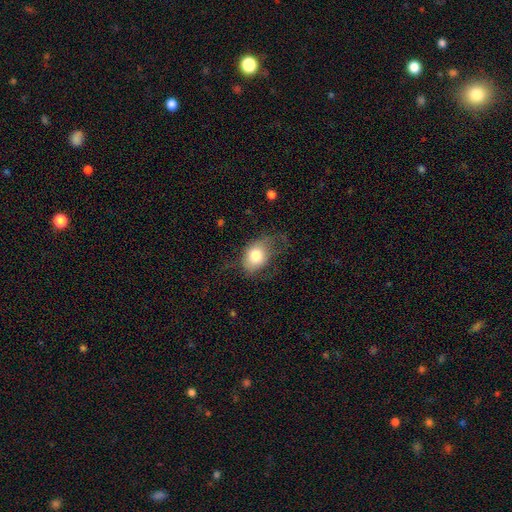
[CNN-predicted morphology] smooth-or-featured: smooth: 72% | featured or disk: 20% | star or artifact: 8%
  how-rounded: in between: 73% | round: 26% | cigar-shaped: 1%
  merging: none: 37% | major disturbance: 32% | minor disturbance: 29% | merger: 2%